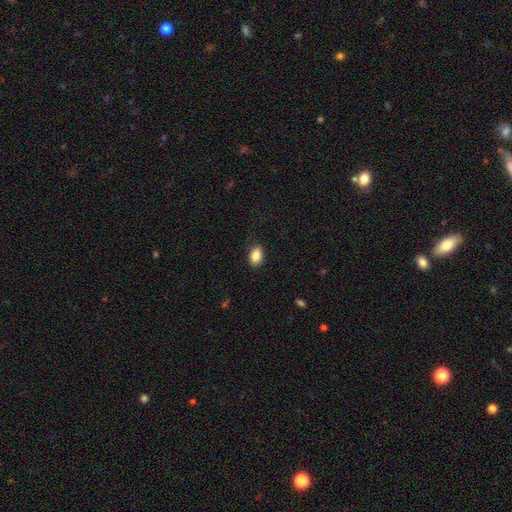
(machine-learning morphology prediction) A smooth galaxy with no disk features (88%) that is in between round and cigar-shaped (85%). Merging: none (84%).